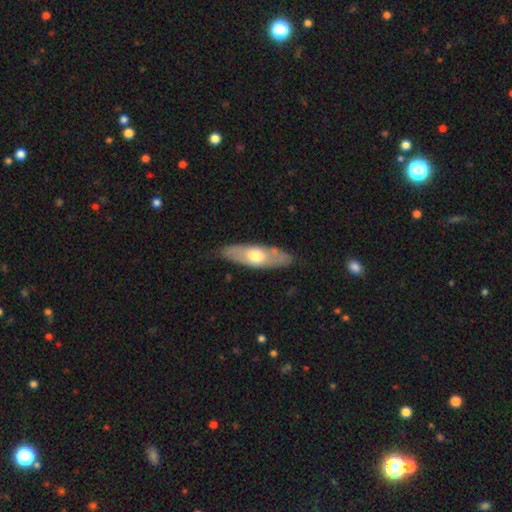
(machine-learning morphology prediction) smooth 51%, featured or disk 44%, star or artifact 5%. Down the decision tree: how rounded — in between (57%); merging — none (79%).